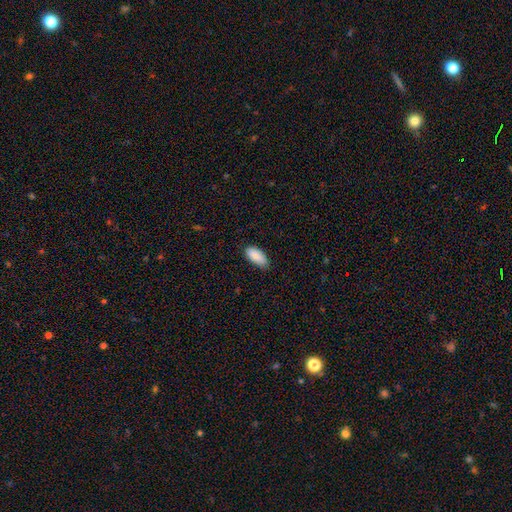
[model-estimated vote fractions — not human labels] Q: Smooth or featured?
A: smooth (89%); runner-up: star or artifact (6%)
Q: How rounded?
A: in between (90%); runner-up: cigar-shaped (8%)
Q: Merging?
A: none (78%); runner-up: minor disturbance (18%)